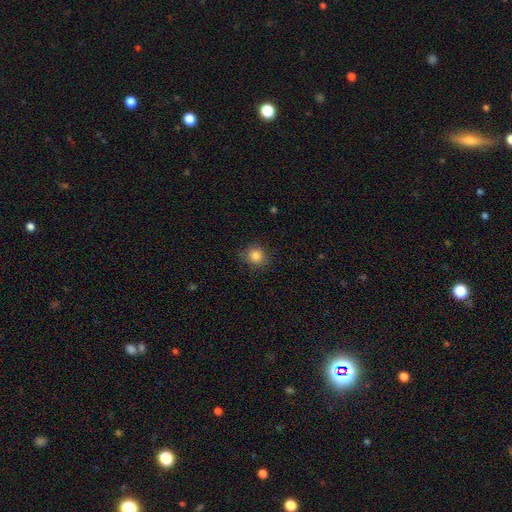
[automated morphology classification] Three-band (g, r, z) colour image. It shows a smooth galaxy with no disk features (83%) that is round (86%). Merging: none (85%).